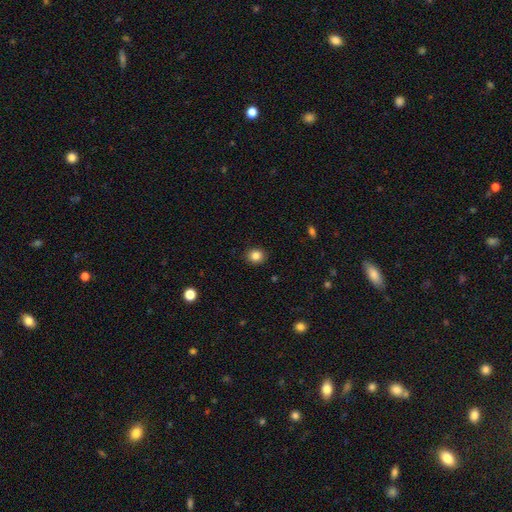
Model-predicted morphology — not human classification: Q: Smooth or featured?
A: smooth (84%); runner-up: star or artifact (11%)
Q: How rounded?
A: round (76%); runner-up: in between (23%)
Q: Merging?
A: none (90%); runner-up: minor disturbance (7%)